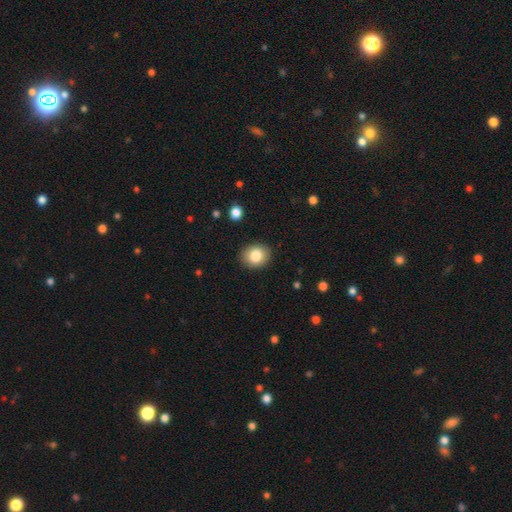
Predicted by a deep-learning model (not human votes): Morphology: type=smooth (83%); roundness=round (58%); merging=none (89%).